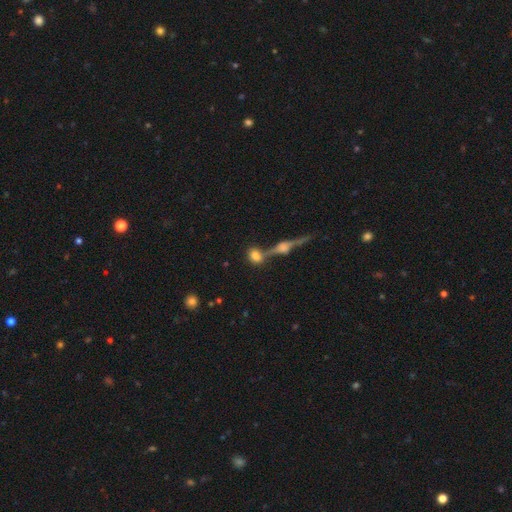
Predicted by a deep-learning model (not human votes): Overall: smooth (69%). How rounded: round (52%; in between 43%). Merging: none (54%; merger 28%).